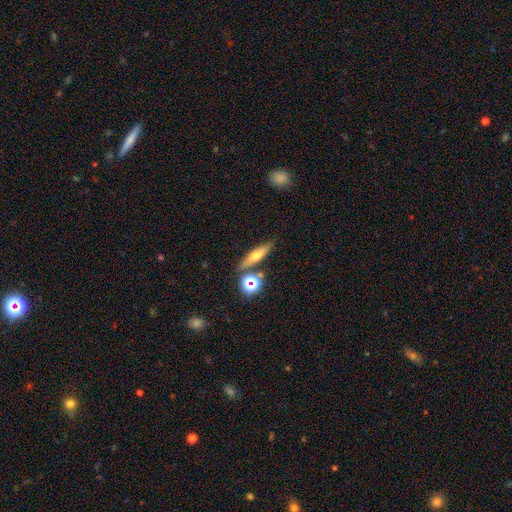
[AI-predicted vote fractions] Smooth or featured?
  - smooth: 52% *
  - featured or disk: 35%
  - star or artifact: 13%
How rounded?
  - cigar-shaped: 64% *
  - in between: 27%
  - round: 9%
Merging?
  - none: 75% *
  - minor disturbance: 11%
  - merger: 11%
  - major disturbance: 3%